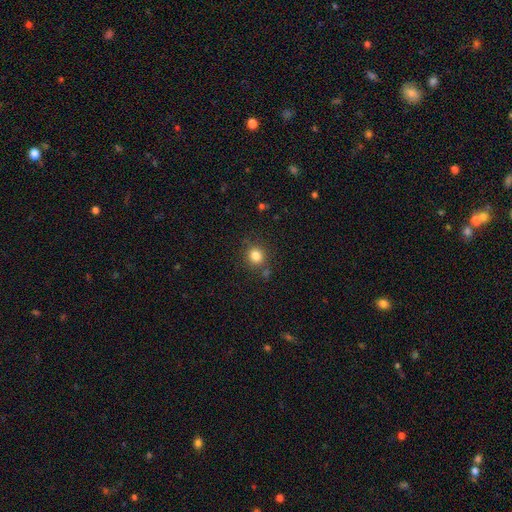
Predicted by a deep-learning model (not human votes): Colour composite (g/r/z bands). It shows a smooth galaxy with no disk features (82%) that is round (82%). Merging: none (80%).